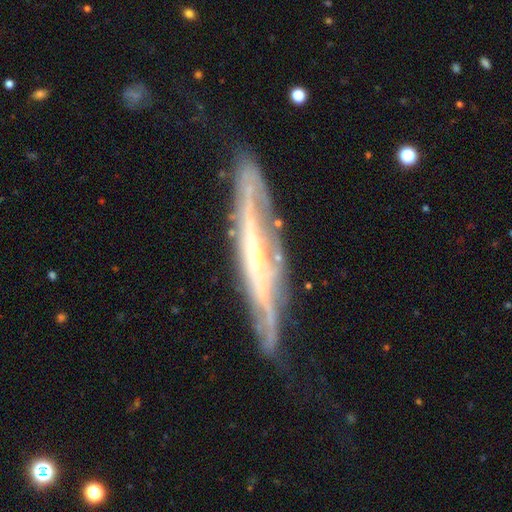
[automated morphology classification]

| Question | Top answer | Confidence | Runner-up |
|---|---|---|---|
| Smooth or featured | featured or disk | 81% | smooth (13%) |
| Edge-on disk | yes | 68% | no (32%) |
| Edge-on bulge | none | 46% | tied: rounded (46%) |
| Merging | none | 63% | minor disturbance (25%) |